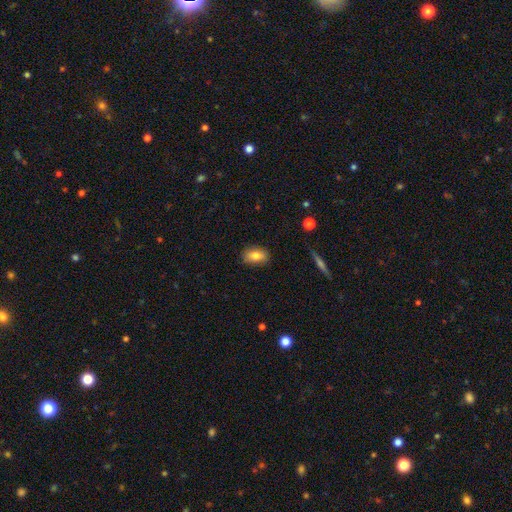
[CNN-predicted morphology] Q: Smooth or featured?
A: smooth (79%); runner-up: featured or disk (13%)
Q: How rounded?
A: in between (87%); runner-up: round (9%)
Q: Merging?
A: none (86%); runner-up: minor disturbance (11%)